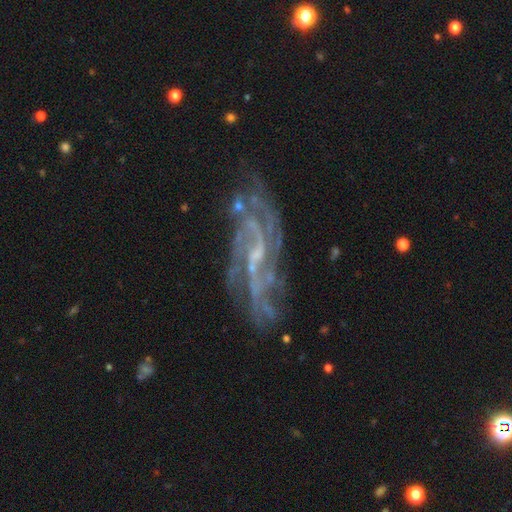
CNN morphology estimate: This appears to be a featured or disk galaxy (88%) with a weak bar (50%), medium (47%) spiral arms (96%) and a small central bulge (59%). Merging: none (66%).